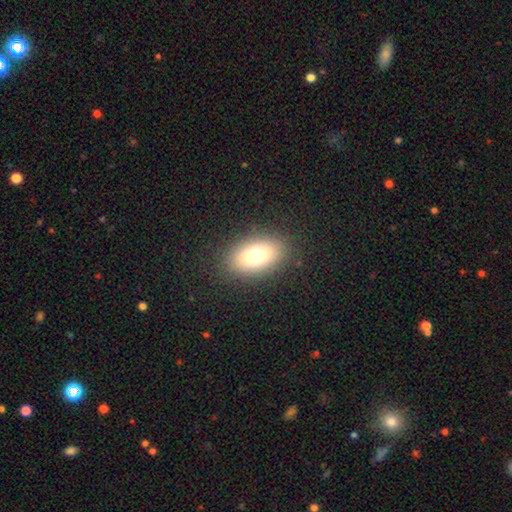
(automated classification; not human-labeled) Smooth or featured? Predicted: smooth (p=0.74). How rounded? Predicted: in between (p=0.85). Merging? Predicted: none (p=0.86).